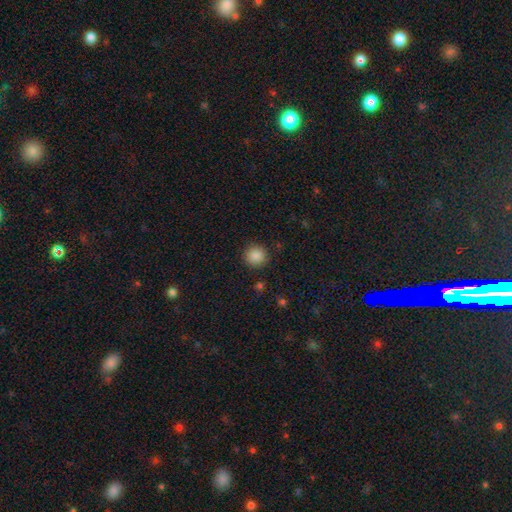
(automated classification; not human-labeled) The model was most divided on "smooth or featured": smooth: 86%, star or artifact: 10%, featured or disk: 4%. More confident: how rounded — round (93%); merging — none (90%).